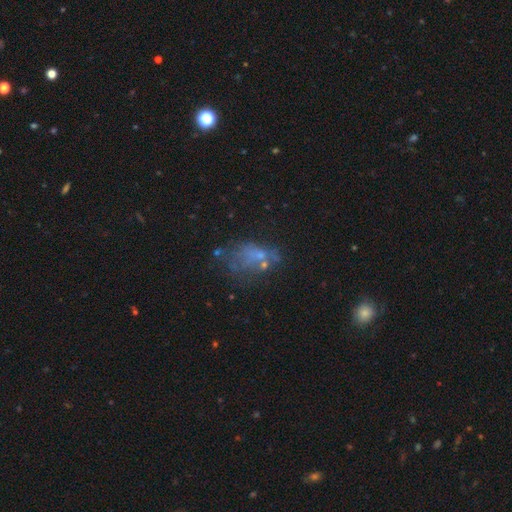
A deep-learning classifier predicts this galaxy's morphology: A smooth galaxy with no disk features (40%).

Vote fractions:
- Smooth or featured? smooth: 40% / featured or disk: 37% / star or artifact: 23%
- Merging? none: 38% / major disturbance: 28% / minor disturbance: 19% / merger: 15%